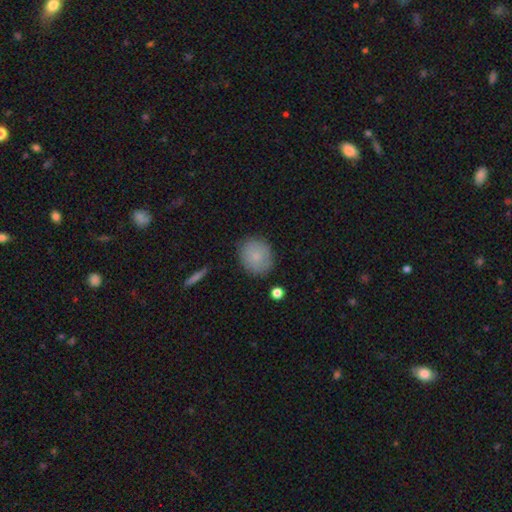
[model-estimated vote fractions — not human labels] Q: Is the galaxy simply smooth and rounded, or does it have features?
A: smooth — 81%.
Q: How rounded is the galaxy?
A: round — 70%.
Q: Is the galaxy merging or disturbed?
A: none — 83%.